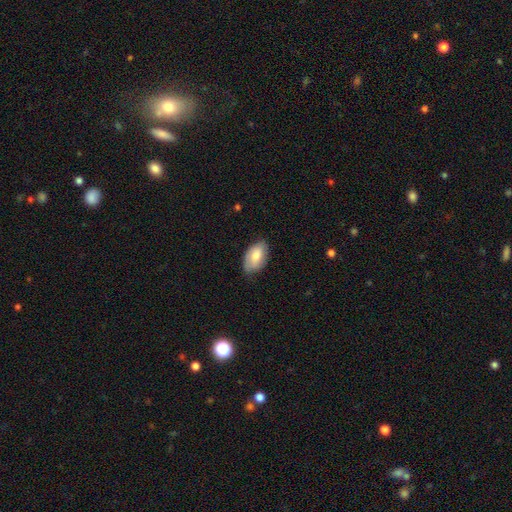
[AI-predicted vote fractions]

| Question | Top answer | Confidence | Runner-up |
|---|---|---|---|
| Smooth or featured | smooth | 74% | featured or disk (20%) |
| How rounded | in between | 93% | round (6%) |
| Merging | none | 73% | minor disturbance (23%) |